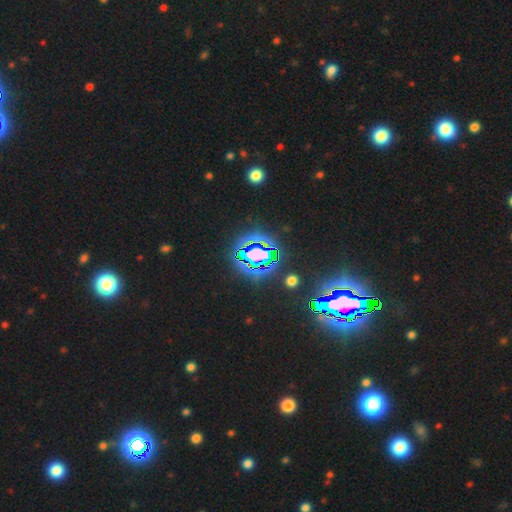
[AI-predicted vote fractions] Smooth or featured: star or artifact — 72% (smooth — 15%)